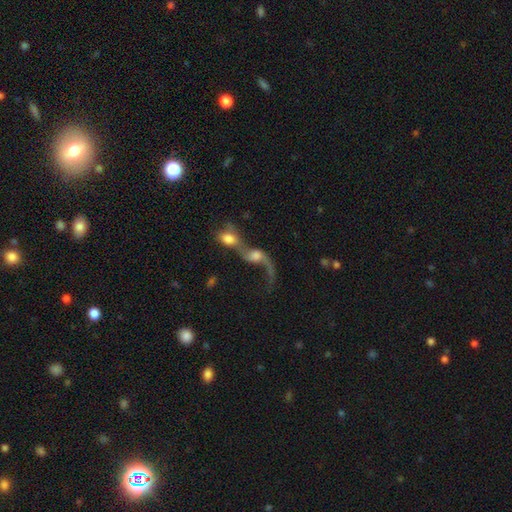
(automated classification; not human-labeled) A featured or disk galaxy (64%) with no bar (63%), spiral arms (80%) and a moderate central bulge (38%). Merging: merger (76%).